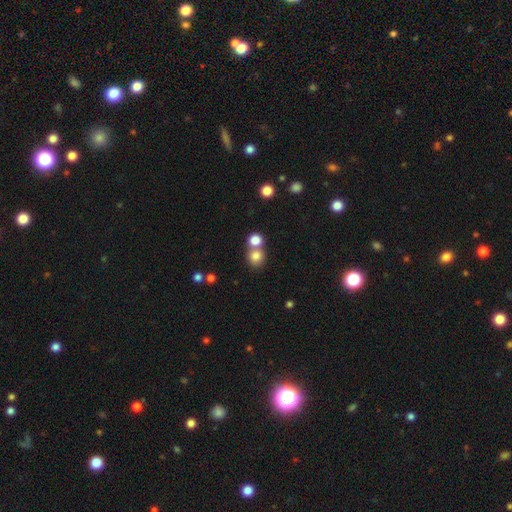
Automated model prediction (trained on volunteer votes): Smooth or featured? Predicted: smooth (p=0.81). How rounded? Predicted: round (p=0.83). Merging? Predicted: none (p=0.49).